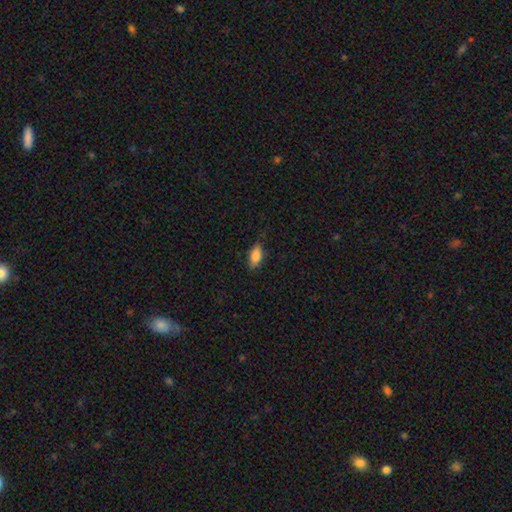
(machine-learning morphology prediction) smooth_or_featured: smooth (p=0.85) [alt: featured or disk p=0.08]
how_rounded: in between (p=0.87) [alt: cigar-shaped p=0.10]
merging: none (p=0.77) [alt: minor disturbance p=0.18]